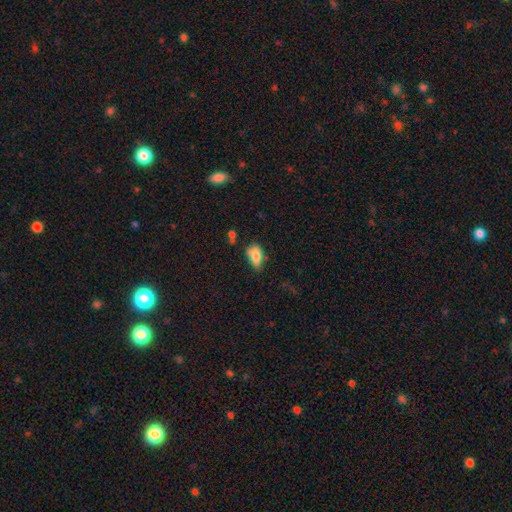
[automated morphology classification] This is likely a smooth galaxy (76%). How rounded: clearly in between (89%). Merging: possibly none (47%).